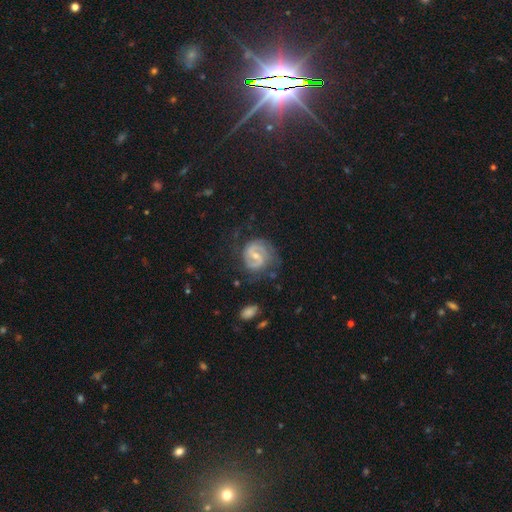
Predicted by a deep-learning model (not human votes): This appears to be a featured or disk galaxy (86%) with a weak bar (55%), 2 (84%) medium (48%) spiral arms (96%) and a small central bulge (52%). Merging: none (67%).